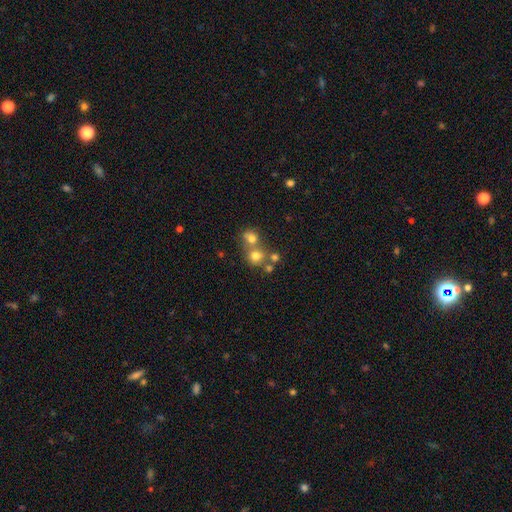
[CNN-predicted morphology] Smooth or featured? smooth (68%)
How rounded? round (82%)
Merging? merger (45%)